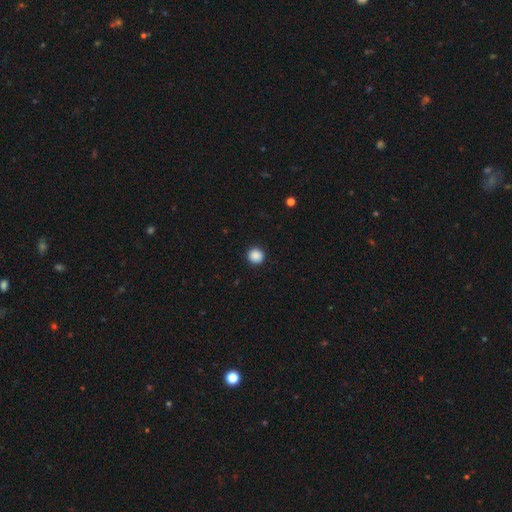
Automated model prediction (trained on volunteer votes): Smooth or featured? Predicted: smooth (p=0.88). How rounded? Predicted: round (p=0.94). Merging? Predicted: none (p=0.93).